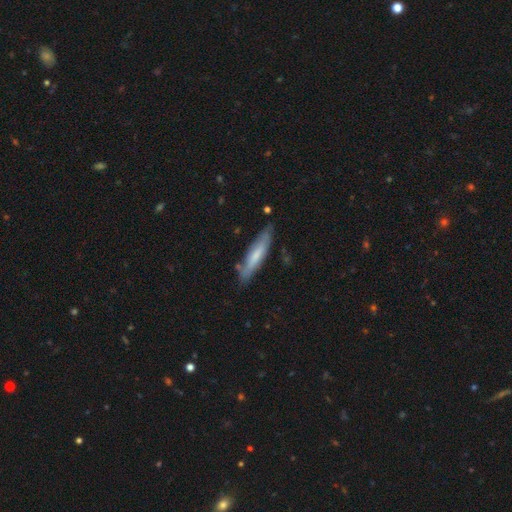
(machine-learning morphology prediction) This appears to be a smooth galaxy with no disk features (57%) that is cigar-shaped (82%). Merging: none (77%).